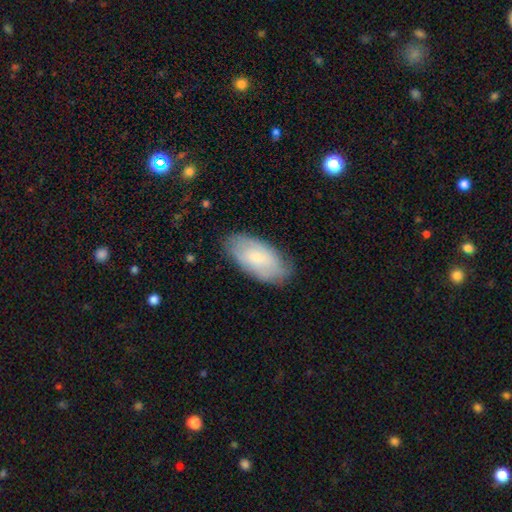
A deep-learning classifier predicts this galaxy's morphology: This is possibly a smooth galaxy (51%). How rounded: clearly in between (90%). Merging: clearly none (82%).